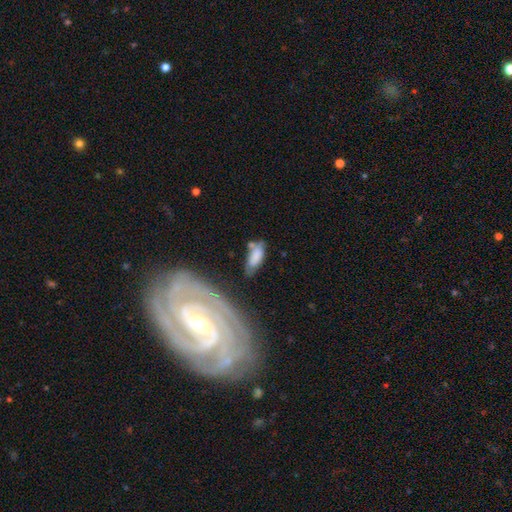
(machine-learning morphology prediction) Q: Smooth or featured?
A: smooth (73%); runner-up: featured or disk (19%)
Q: How rounded?
A: in between (75%); runner-up: cigar-shaped (23%)
Q: Merging?
A: none (47%); runner-up: minor disturbance (28%)